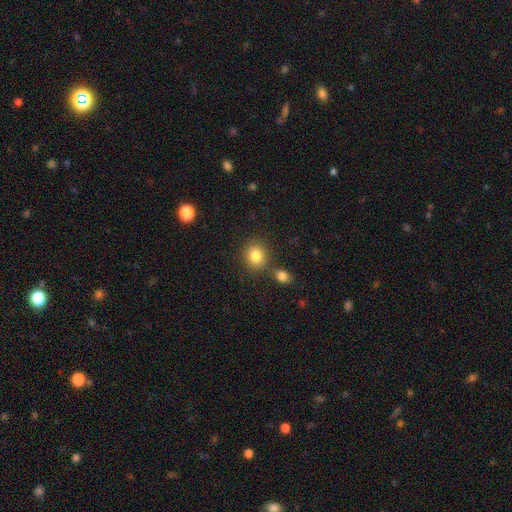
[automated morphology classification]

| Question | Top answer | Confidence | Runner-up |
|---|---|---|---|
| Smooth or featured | smooth | 83% | star or artifact (10%) |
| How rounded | round | 77% | in between (22%) |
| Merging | none | 76% | merger (11%) |